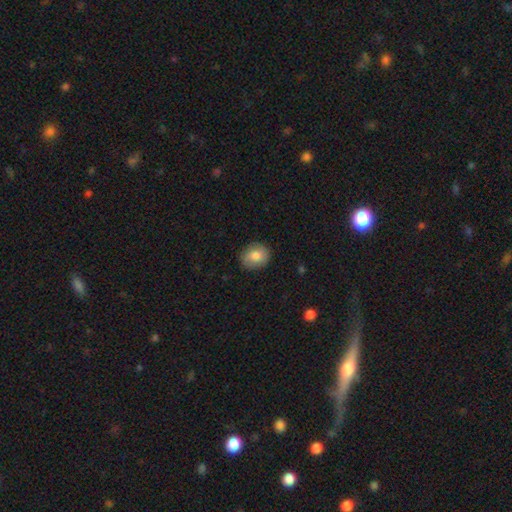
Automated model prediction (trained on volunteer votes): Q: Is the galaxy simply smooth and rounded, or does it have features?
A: smooth — 78%.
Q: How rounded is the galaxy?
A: round — 60%.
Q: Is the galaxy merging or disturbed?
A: none — 85%.